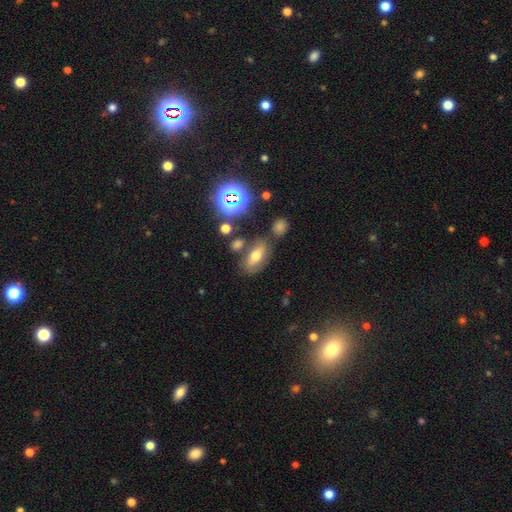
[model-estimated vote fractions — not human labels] This is possibly a smooth galaxy (58%). How rounded: clearly in between (81%). Merging: likely none (66%).